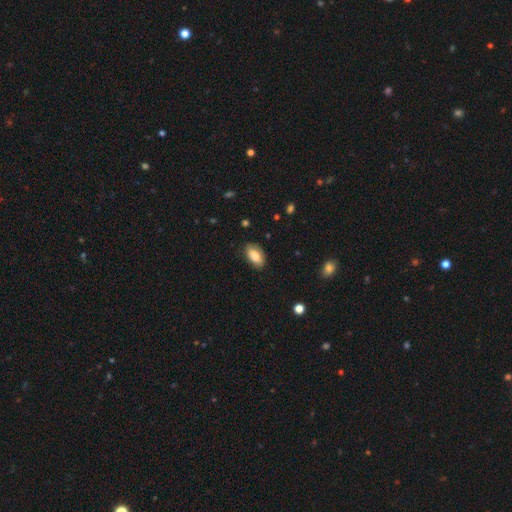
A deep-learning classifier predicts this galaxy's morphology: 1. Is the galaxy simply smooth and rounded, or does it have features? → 80% smooth, 13% featured or disk, 7% star or artifact.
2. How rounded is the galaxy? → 93% in between, 5% round, 2% cigar-shaped.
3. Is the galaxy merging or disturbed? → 81% none, 15% minor disturbance, 3% major disturbance, 1% merger.